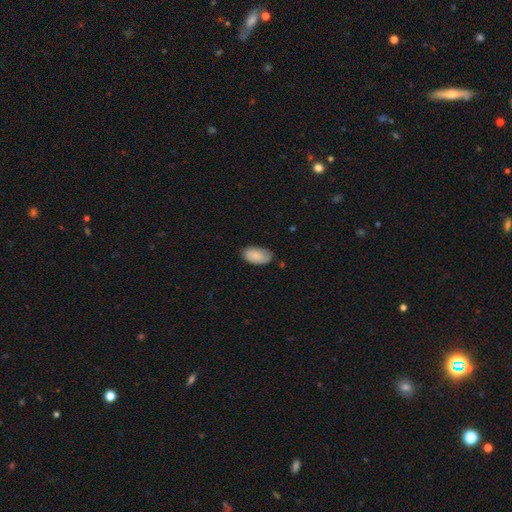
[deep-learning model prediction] Smooth or featured? Predicted: smooth (p=0.81). How rounded? Predicted: in between (p=0.95). Merging? Predicted: none (p=0.71).